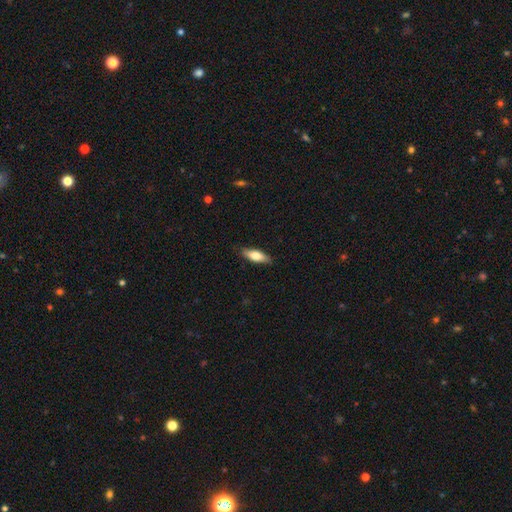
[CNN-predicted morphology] smooth 71%, featured or disk 23%, star or artifact 6%. Down the decision tree: how rounded — in between (60%); merging — none (85%).